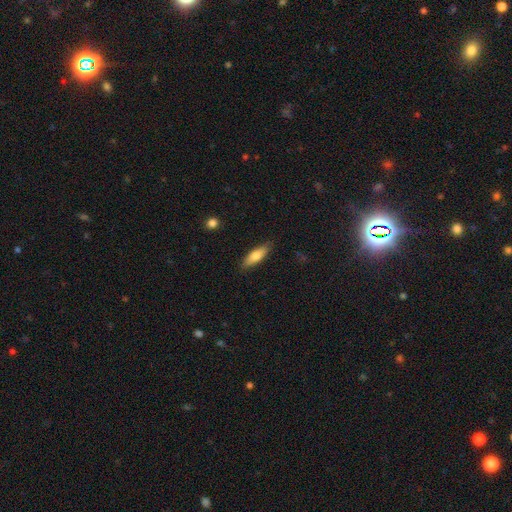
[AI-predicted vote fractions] Smooth or featured? Predicted: smooth (p=0.73). How rounded? Predicted: cigar-shaped (p=0.50). Merging? Predicted: none (p=0.84).